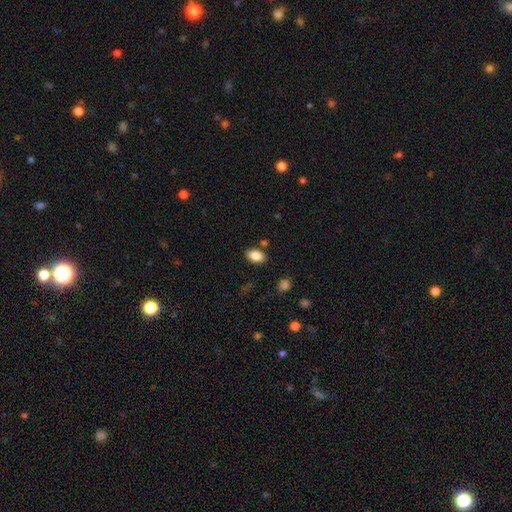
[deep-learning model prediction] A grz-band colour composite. It shows a smooth galaxy with no disk features (86%) that is in between round and cigar-shaped (89%). Merging: none (81%).